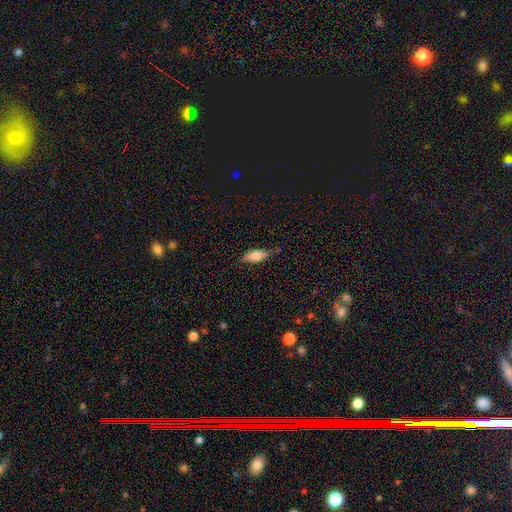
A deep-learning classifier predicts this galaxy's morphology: A smooth galaxy with no disk features (69%) that is in between round and cigar-shaped (74%). Merging: none (69%).